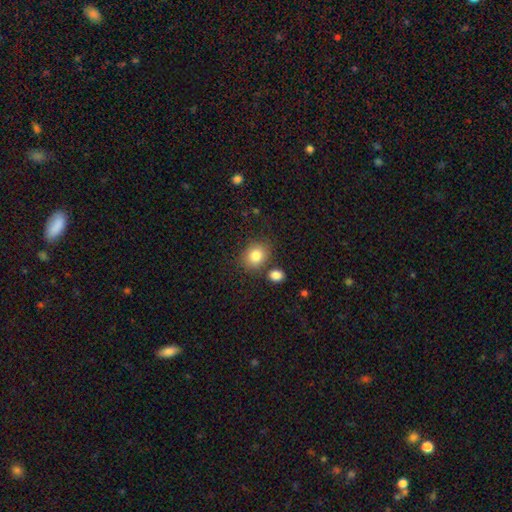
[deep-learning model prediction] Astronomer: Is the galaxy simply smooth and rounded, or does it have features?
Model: smooth — 83%.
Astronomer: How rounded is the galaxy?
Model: round — 58% (runner-up: in between, 42%).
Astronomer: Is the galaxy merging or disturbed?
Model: none — 75%.